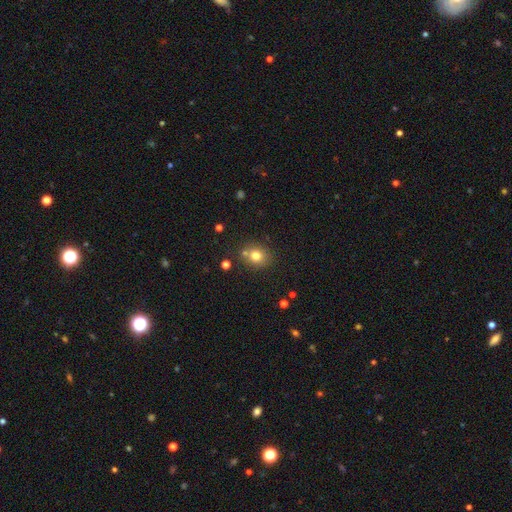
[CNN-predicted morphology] type=smooth (76%); roundness=round (75%); merging=none (72%).